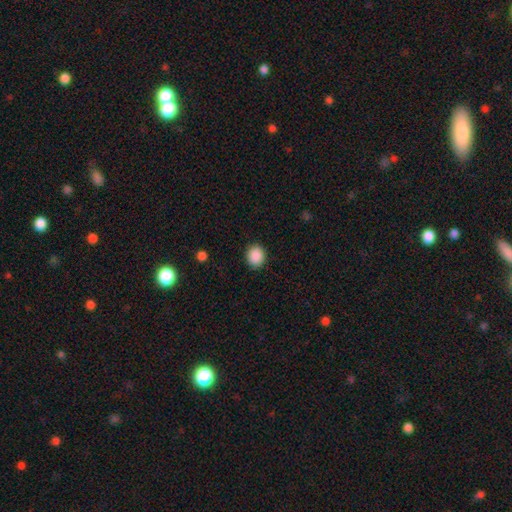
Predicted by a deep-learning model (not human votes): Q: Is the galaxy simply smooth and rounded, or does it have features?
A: smooth — 89%.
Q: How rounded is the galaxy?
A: round — 78%.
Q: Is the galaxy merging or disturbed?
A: none — 90%.